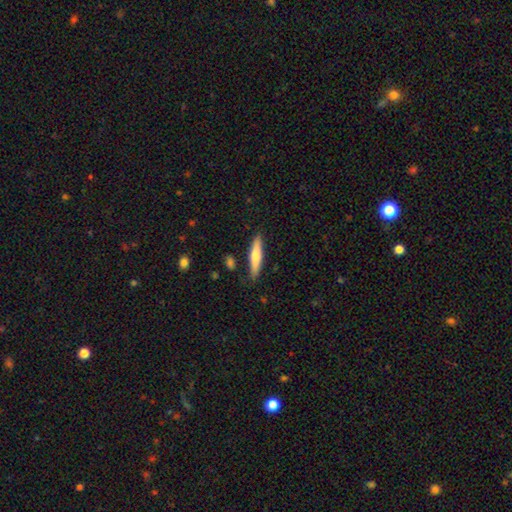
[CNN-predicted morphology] Overall: smooth (63%; featured or disk 31%). How rounded: cigar-shaped (85%). Merging: none (85%).